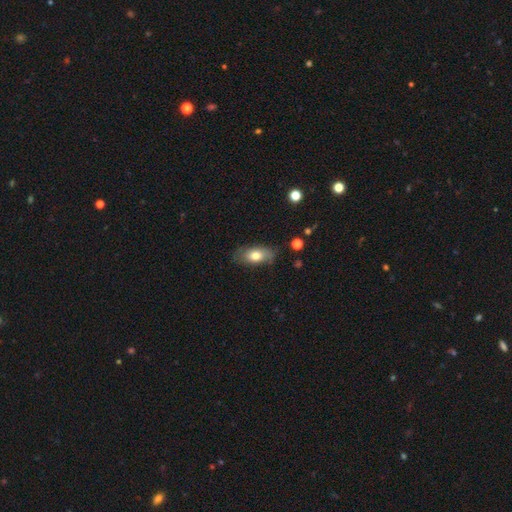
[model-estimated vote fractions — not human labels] smooth_or_featured: smooth (p=0.72) [alt: featured or disk p=0.20]
how_rounded: in between (p=0.87) [alt: round p=0.06]
merging: none (p=0.70) [alt: minor disturbance p=0.22]